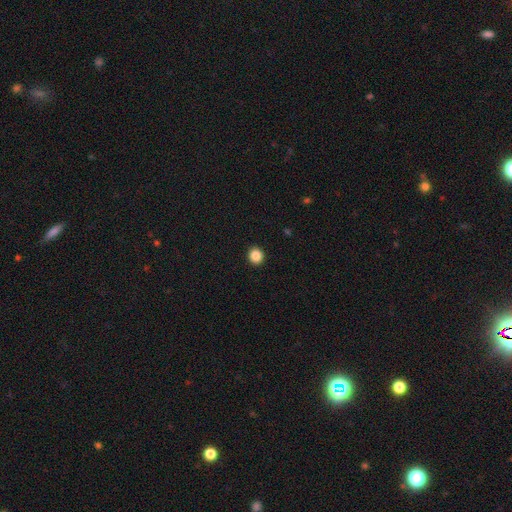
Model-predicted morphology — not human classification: This is clearly a smooth galaxy (87%). How rounded: clearly round (86%). Merging: clearly none (93%).